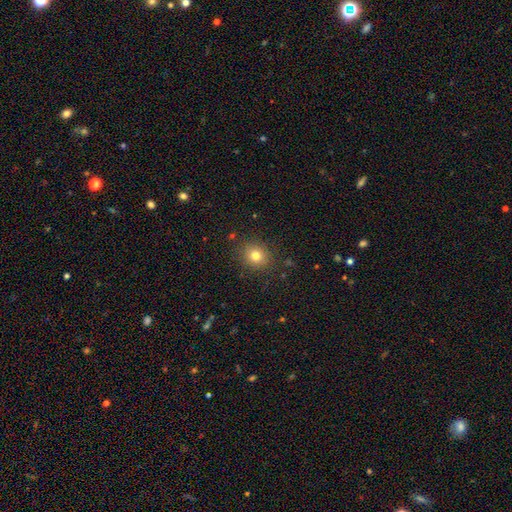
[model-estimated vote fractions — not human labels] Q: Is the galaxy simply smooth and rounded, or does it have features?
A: smooth — 78%.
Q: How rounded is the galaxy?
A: round — 81%.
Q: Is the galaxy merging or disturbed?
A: none — 88%.